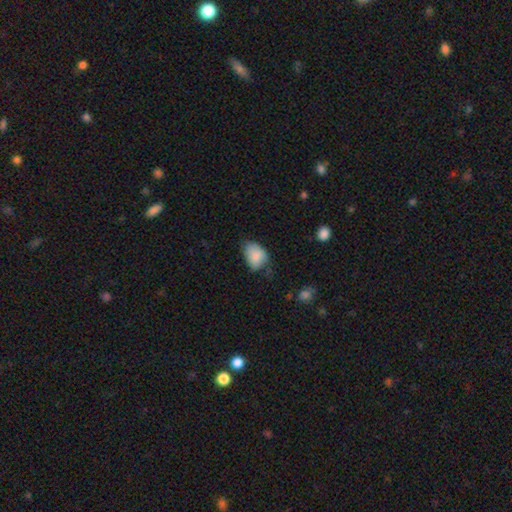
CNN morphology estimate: smooth_or_featured: smooth (p=0.82) [alt: featured or disk p=0.10]
how_rounded: in between (p=0.80) [alt: round p=0.19]
merging: none (p=0.43) [alt: minor disturbance p=0.42]